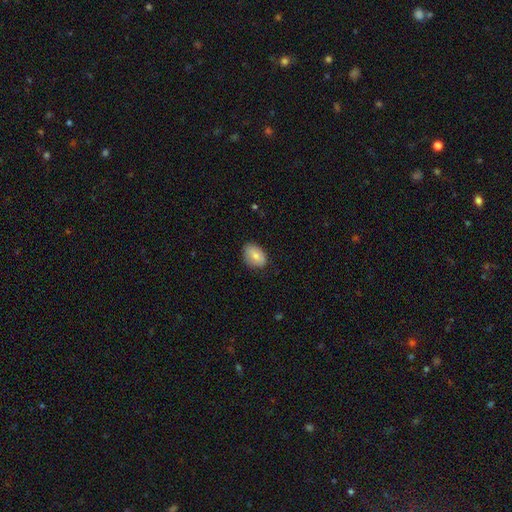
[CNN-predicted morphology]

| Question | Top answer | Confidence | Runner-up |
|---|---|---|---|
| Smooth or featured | smooth | 79% | featured or disk (14%) |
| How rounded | in between | 82% | round (17%) |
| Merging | none | 78% | minor disturbance (18%) |